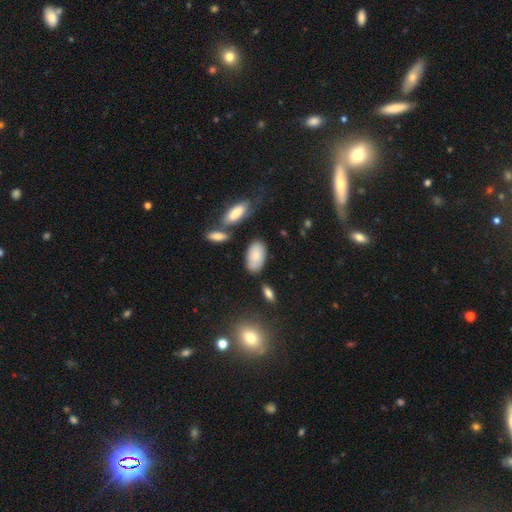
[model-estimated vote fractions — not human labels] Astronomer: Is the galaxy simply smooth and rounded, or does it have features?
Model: smooth — 79%.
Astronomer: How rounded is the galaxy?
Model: in between — 93%.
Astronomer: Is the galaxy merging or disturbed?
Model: none — 70%.